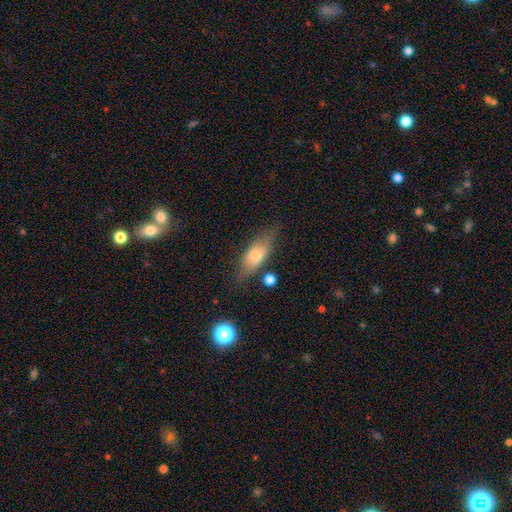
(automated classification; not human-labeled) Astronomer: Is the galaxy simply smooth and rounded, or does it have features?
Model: smooth — 56% (runner-up: featured or disk, 36%).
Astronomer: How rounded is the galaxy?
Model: in between — 58% (runner-up: cigar-shaped, 38%).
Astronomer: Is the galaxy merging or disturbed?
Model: none — 72%.